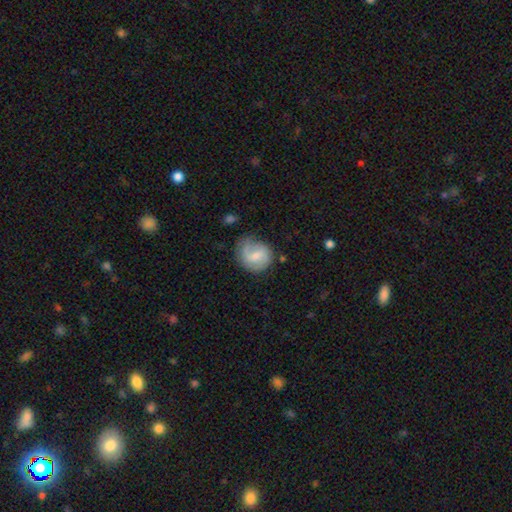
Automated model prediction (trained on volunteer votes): Smooth or featured? Predicted: featured or disk (p=0.49). Merging? Predicted: none (p=0.55).